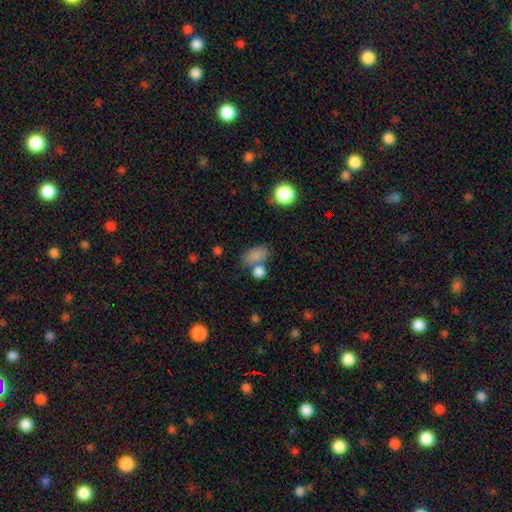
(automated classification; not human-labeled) Smooth or featured? Predicted: smooth (p=0.80). How rounded? Predicted: in between (p=0.78). Merging? Predicted: none (p=0.51).